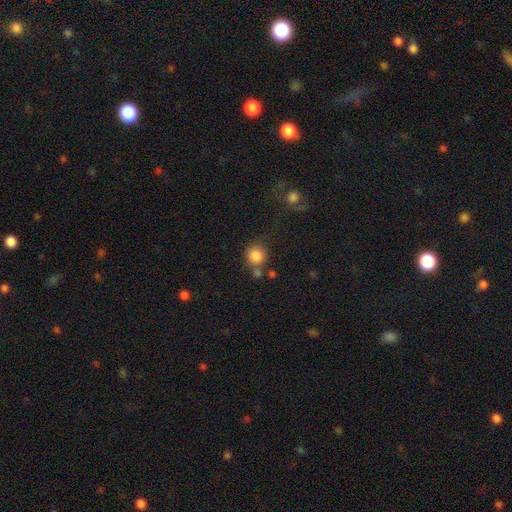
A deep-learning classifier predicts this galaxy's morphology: The model was most divided on "merging": none: 67%, merger: 15%, minor disturbance: 13%, major disturbance: 6%. More confident: how rounded — round (91%); smooth or featured — smooth (85%).